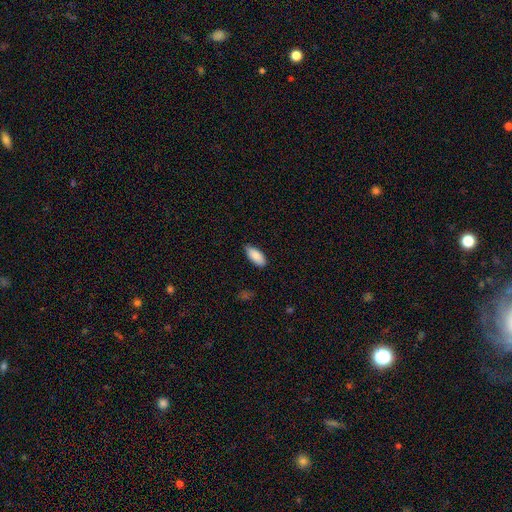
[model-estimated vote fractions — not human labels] Smooth or featured: smooth — 87% (featured or disk — 7%)
How rounded: in between — 90% (cigar-shaped — 9%)
Merging: none — 80% (minor disturbance — 17%)